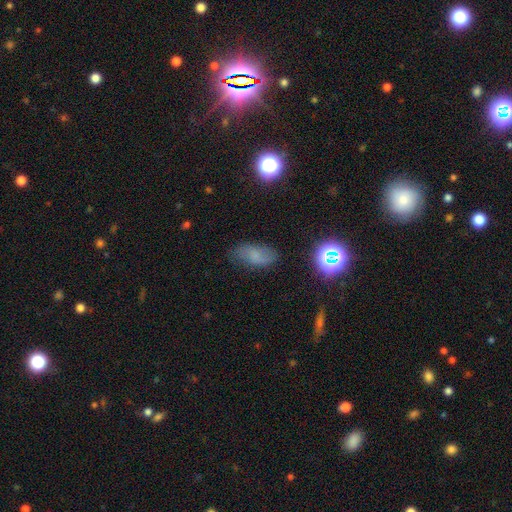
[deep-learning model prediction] Smooth or featured? smooth (60%)
How rounded? in between (88%)
Merging? none (68%)